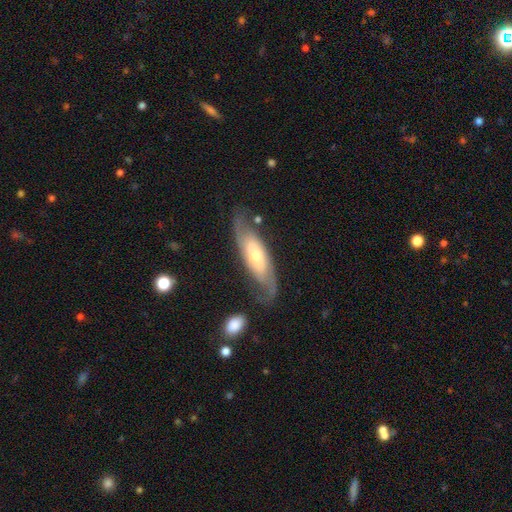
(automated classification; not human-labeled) Morphology: type=featured or disk (68%); edge-on=no (80%); bar=no (65%); spiral arms=yes (85%); bulge=moderate (47%); merging=none (67%).